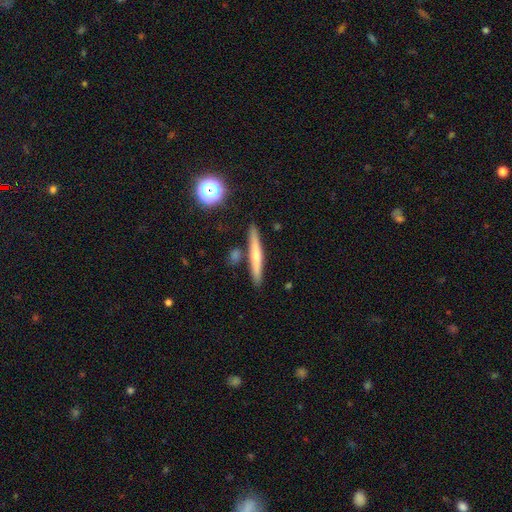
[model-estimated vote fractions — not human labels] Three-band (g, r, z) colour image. It shows a smooth galaxy with no disk features (51%) that is cigar-shaped (94%). Merging: none (85%).